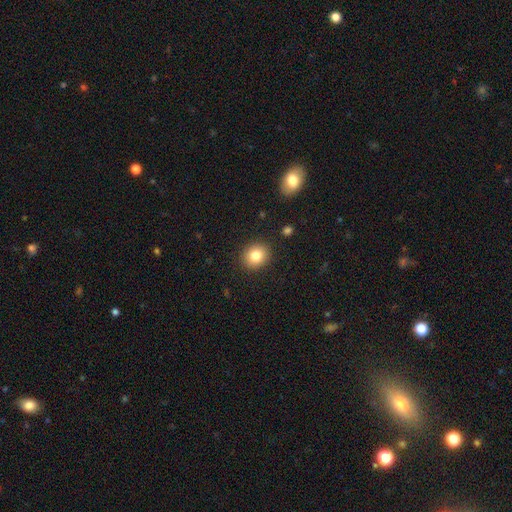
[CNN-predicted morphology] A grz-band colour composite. It shows a smooth galaxy with no disk features (83%) that is round (68%). Merging: none (89%).